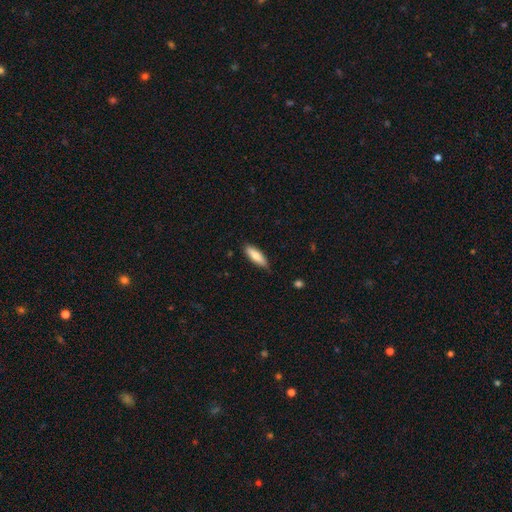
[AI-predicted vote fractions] A smooth galaxy with no disk features (77%) that is in between round and cigar-shaped (50%). Merging: none (79%).